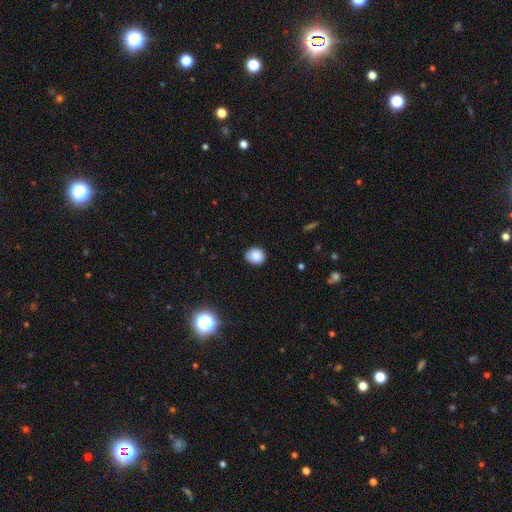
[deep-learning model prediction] Smooth or featured?
  - smooth: 87% *
  - star or artifact: 9%
  - featured or disk: 4%
How rounded?
  - round: 63% *
  - in between: 36%
  - cigar-shaped: 1%
Merging?
  - none: 84% *
  - minor disturbance: 13%
  - major disturbance: 2%
  - merger: 1%